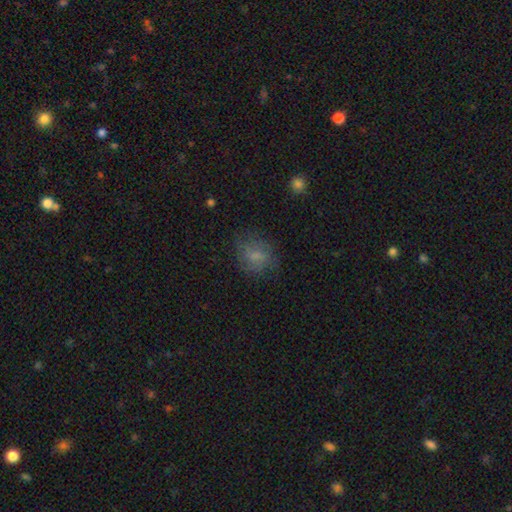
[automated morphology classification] This is likely a smooth galaxy (67%). How rounded: likely round (60%). Merging: likely none (68%).